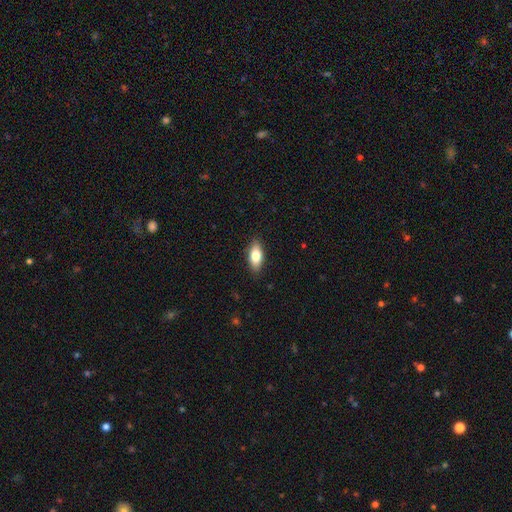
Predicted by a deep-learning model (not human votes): Overall: smooth (77%). How rounded: in between (85%). Merging: none (87%).